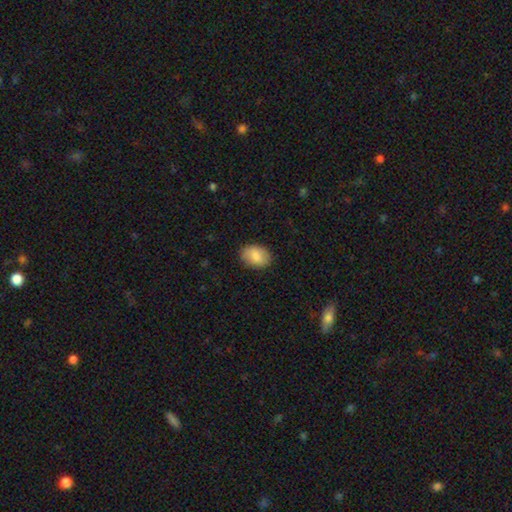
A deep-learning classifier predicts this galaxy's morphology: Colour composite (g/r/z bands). It shows a smooth galaxy with no disk features (84%) that is in between round and cigar-shaped (78%). Merging: none (83%).